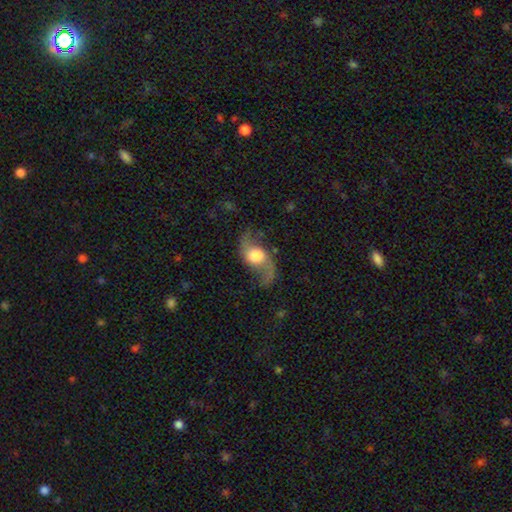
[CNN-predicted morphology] The model was most divided on "bar": no: 54%, weak: 35%, strong: 11%. More confident: edge-on disk — no (94%); spiral arms — yes (94%); spiral arm count — 2 (94%); spiral winding — loose (83%); smooth or featured — featured or disk (80%); merging — none (67%); bulge size — large (50%).